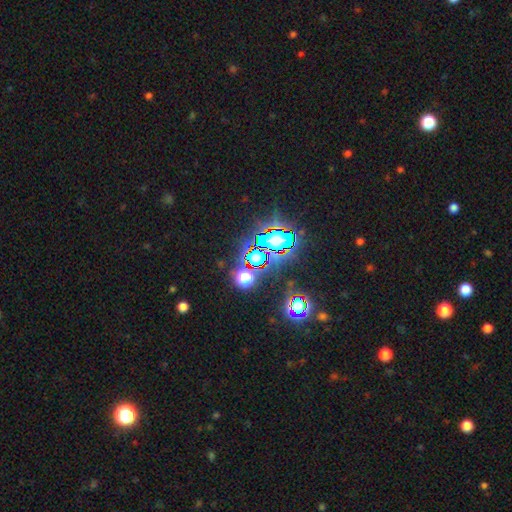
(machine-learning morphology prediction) This appears to be a star or artifact, not a galaxy (76%).